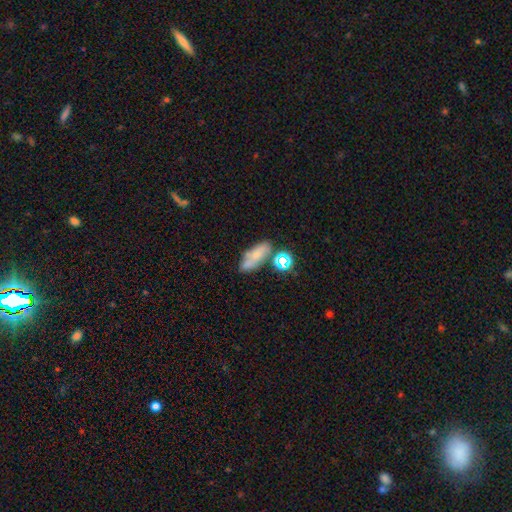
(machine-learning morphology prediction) This is likely a smooth galaxy (64%). How rounded: likely in between (68%). Merging: possibly none (52%).